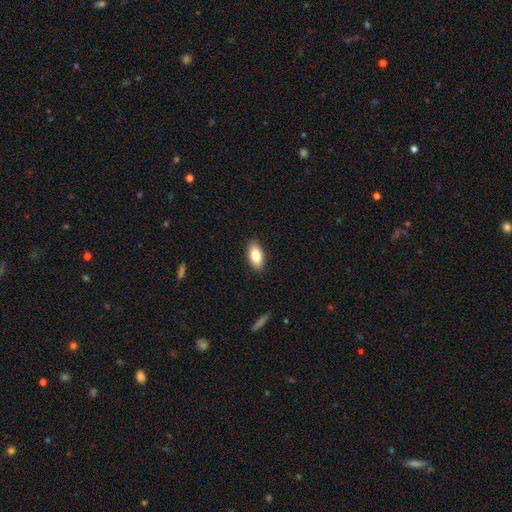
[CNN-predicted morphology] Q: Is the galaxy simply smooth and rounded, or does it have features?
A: smooth — 82%.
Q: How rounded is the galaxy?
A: in between — 90%.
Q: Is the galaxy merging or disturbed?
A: none — 89%.